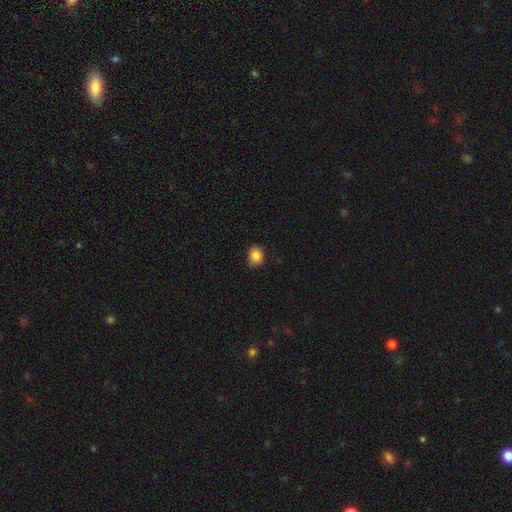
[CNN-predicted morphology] This is clearly a smooth galaxy (85%). How rounded: possibly round (59%). Merging: clearly none (82%).